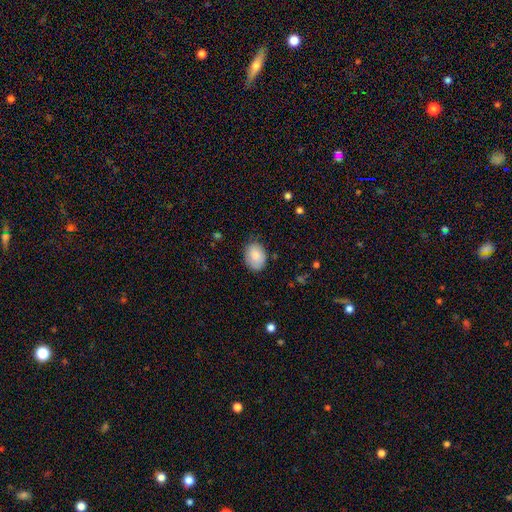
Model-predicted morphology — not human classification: The model was most divided on "how rounded": in between: 73%, round: 26%, cigar-shaped: 1%. More confident: smooth or featured — smooth (85%); merging — none (77%).